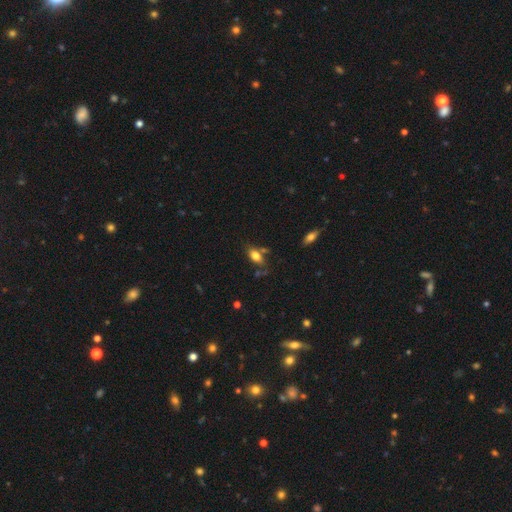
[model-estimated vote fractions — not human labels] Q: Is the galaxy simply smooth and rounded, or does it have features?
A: smooth — 77%.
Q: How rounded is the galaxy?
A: in between — 87%.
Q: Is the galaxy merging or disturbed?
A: none — 63%.